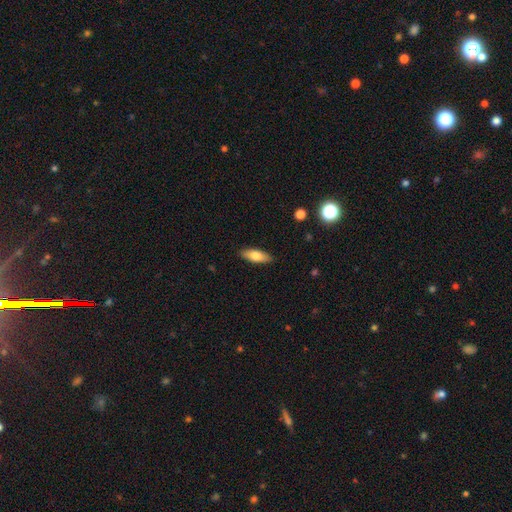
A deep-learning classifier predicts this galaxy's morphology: smooth-or-featured: smooth: 75% | featured or disk: 18% | star or artifact: 6%
  how-rounded: in between: 69% | cigar-shaped: 29% | round: 2%
  merging: none: 88% | minor disturbance: 9% | major disturbance: 2% | merger: 1%